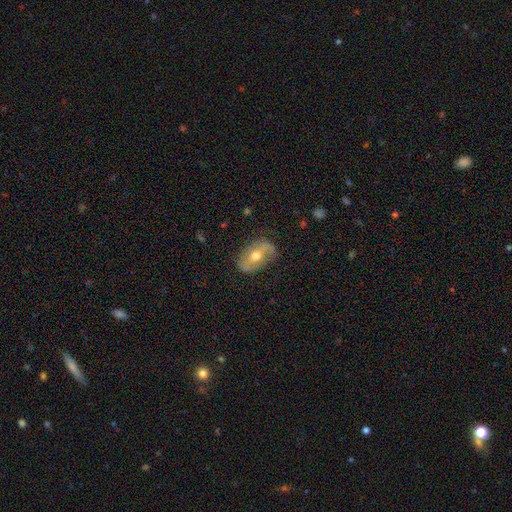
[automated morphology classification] Overall: featured or disk (58%; smooth 34%). Edge-on disk: no (89%). Bar: strong (36%; no 32%). Spiral arms: yes (51%; no 49%). Bulge size: moderate (77%). Merging: none (74%).